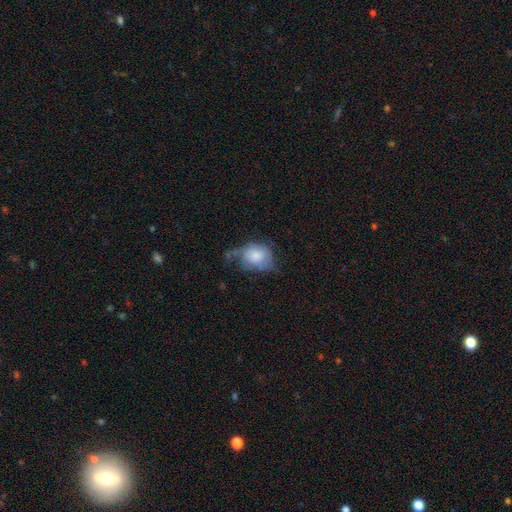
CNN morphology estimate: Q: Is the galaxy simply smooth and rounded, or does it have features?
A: smooth — 65%.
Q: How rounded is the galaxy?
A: in between — 58%.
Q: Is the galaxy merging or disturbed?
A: minor disturbance — 36%.